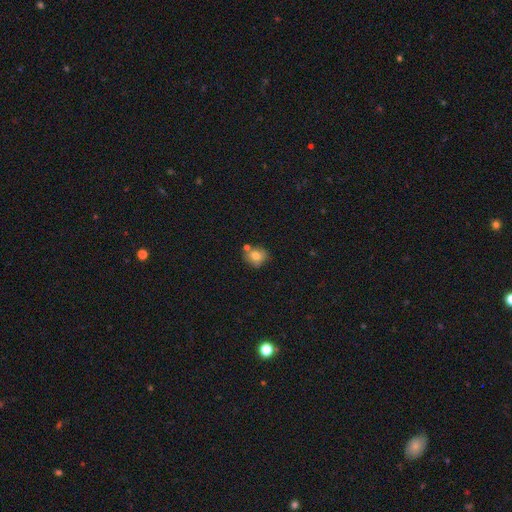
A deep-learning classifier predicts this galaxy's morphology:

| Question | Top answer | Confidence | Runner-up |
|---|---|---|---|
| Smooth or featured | smooth | 76% | featured or disk (13%) |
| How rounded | round | 75% | in between (24%) |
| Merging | none | 61% | merger (18%) |